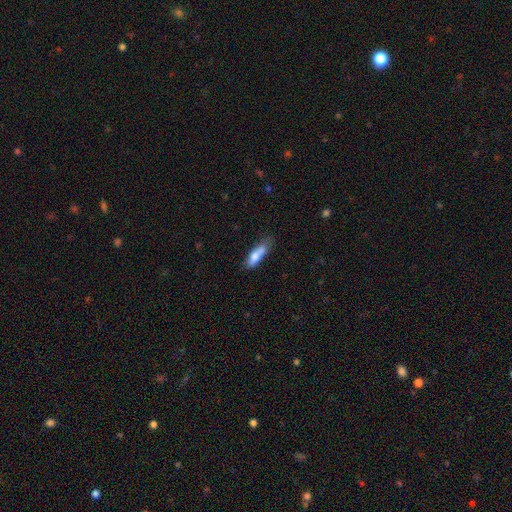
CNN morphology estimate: Smooth or featured: smooth — 72% (featured or disk — 20%)
How rounded: cigar-shaped — 52% (in between — 46%)
Merging: none — 46% (minor disturbance — 30%)